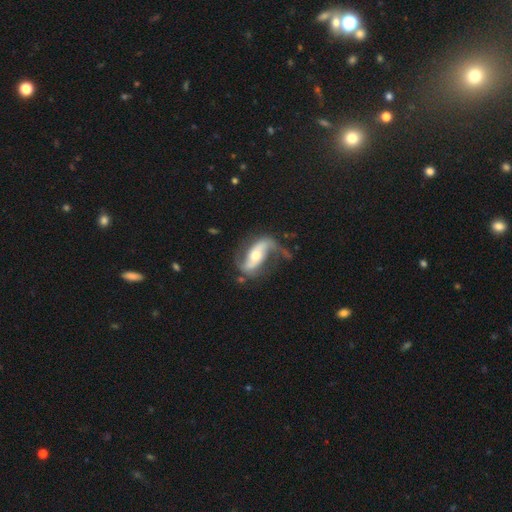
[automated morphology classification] This appears to be a featured or disk galaxy (81%) with a strong bar (40%), 2 (85%) loose (64%) spiral arms (90%) and a moderate central bulge (66%). Merging: none (57%).